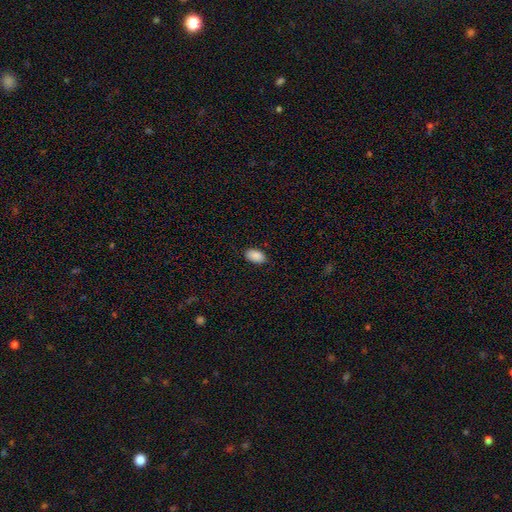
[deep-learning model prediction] smooth 90%, star or artifact 7%, featured or disk 3%. Down the decision tree: how rounded — in between (94%); merging — none (85%).